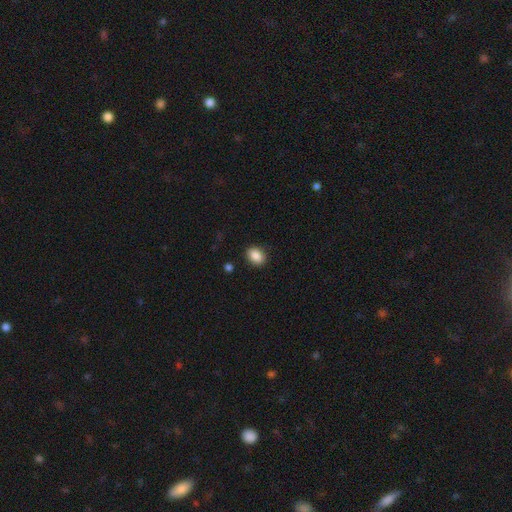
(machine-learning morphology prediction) Smooth or featured: smooth — 88% (star or artifact — 8%)
How rounded: in between — 69% (round — 30%)
Merging: none — 88% (minor disturbance — 9%)